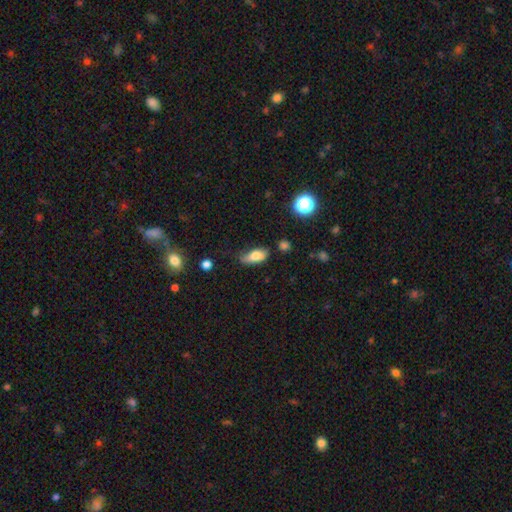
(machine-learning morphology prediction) A smooth galaxy with no disk features (75%) that is in between round and cigar-shaped (83%).

Vote fractions:
- Smooth or featured? smooth: 75% / featured or disk: 16% / star or artifact: 9%
- How rounded? in between: 83% / cigar-shaped: 13% / round: 4%
- Merging? none: 51% / minor disturbance: 35% / major disturbance: 10% / merger: 4%